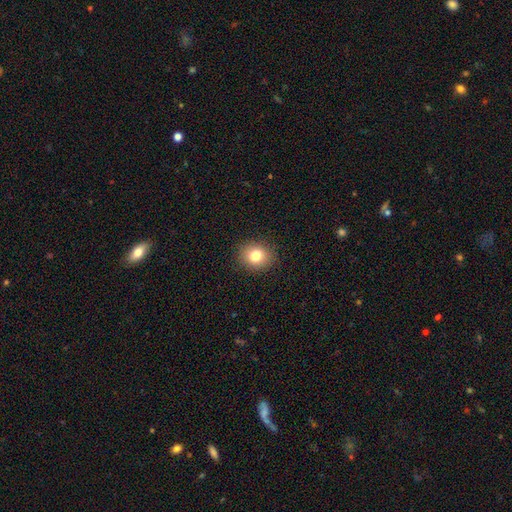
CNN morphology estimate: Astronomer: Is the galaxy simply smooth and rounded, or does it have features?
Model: smooth — 81%.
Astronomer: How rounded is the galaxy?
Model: round — 70%.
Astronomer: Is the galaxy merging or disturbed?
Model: none — 90%.